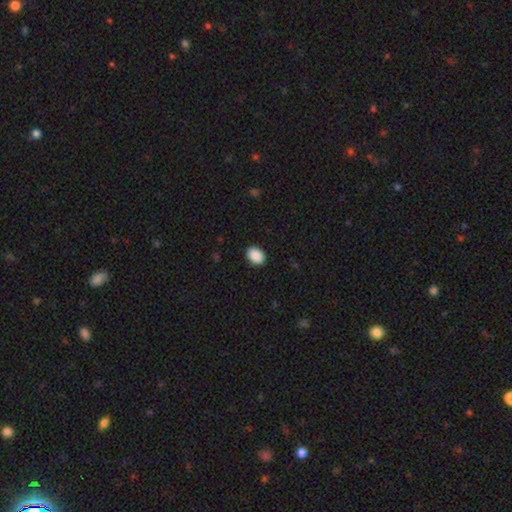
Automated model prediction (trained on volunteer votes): smooth_or_featured: smooth (p=0.90) [alt: star or artifact p=0.07]
how_rounded: in between (p=0.75) [alt: round p=0.24]
merging: none (p=0.90) [alt: minor disturbance p=0.08]